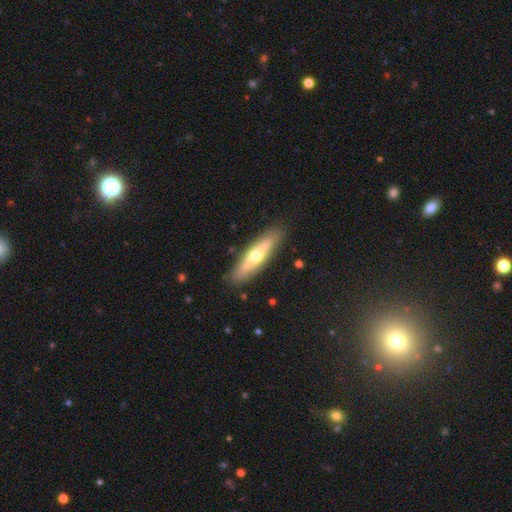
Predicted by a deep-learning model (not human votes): This appears to be a smooth galaxy with no disk features (49%). Merging: none (86%).